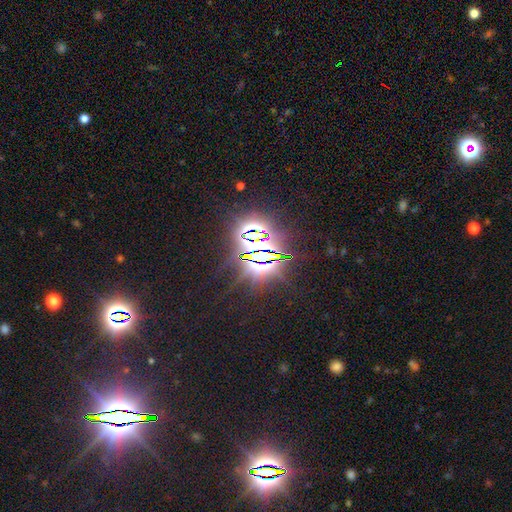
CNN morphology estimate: Q: Smooth or featured?
A: star or artifact (83%); runner-up: featured or disk (8%)